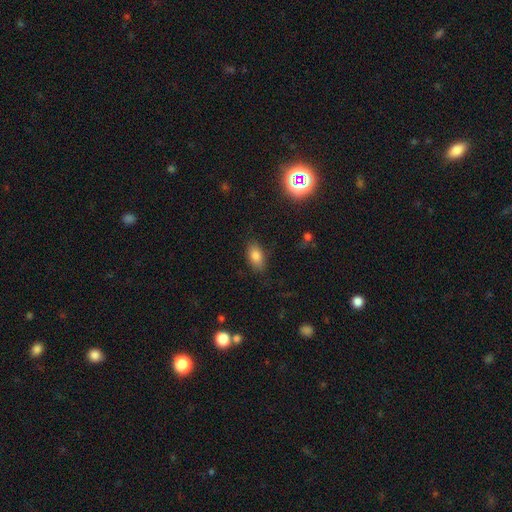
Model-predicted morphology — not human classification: Smooth or featured? smooth (81%)
How rounded? in between (90%)
Merging? none (82%)